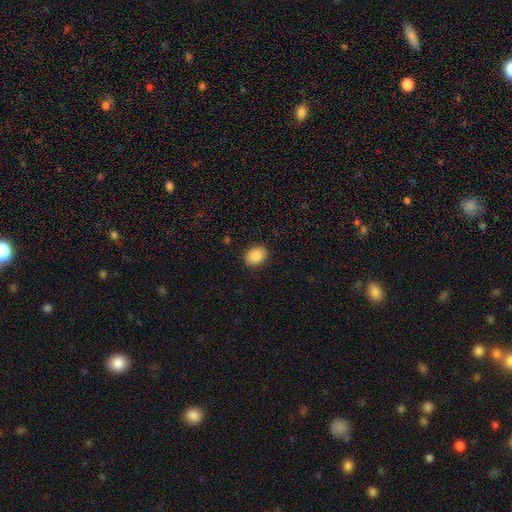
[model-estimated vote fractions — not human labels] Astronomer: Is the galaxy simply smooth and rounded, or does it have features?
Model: smooth — 86%.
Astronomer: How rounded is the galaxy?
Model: in between — 57% (runner-up: round, 42%).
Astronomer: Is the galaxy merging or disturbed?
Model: none — 89%.